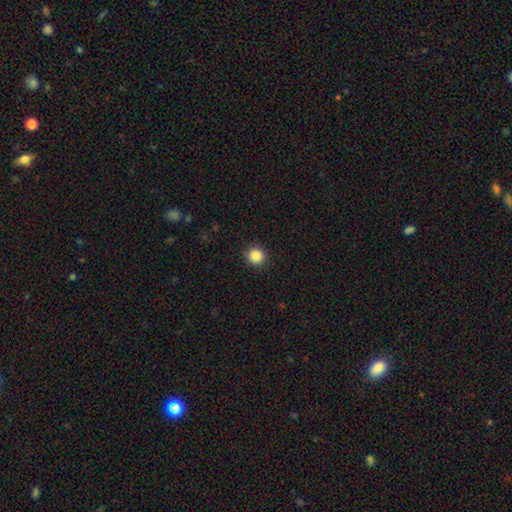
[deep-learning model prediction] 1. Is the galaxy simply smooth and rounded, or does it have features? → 87% smooth, 10% star or artifact, 3% featured or disk.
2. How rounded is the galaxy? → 94% round, 6% in between, 1% cigar-shaped.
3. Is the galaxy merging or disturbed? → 92% none, 5% minor disturbance, 2% major disturbance, 1% merger.